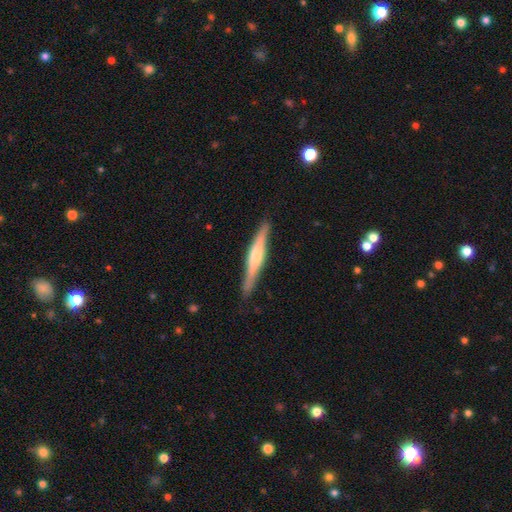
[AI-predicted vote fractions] This is likely a featured or disk galaxy (65%). It is clearly viewed edge-on (97%). Edge-on bulge: likely rounded (71%). Merging: clearly none (87%).